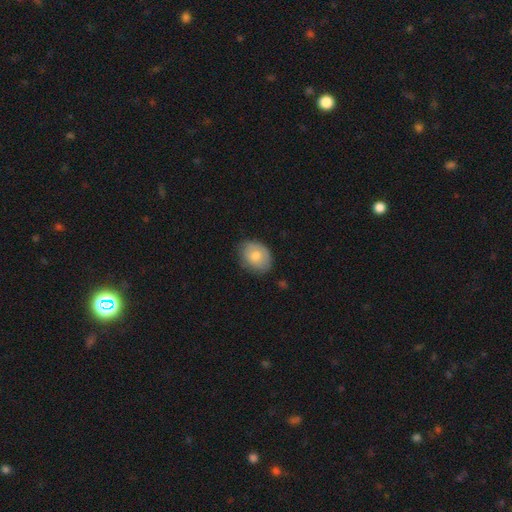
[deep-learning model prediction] This is likely a smooth galaxy (72%). How rounded: likely in between (60%). Merging: likely none (74%).